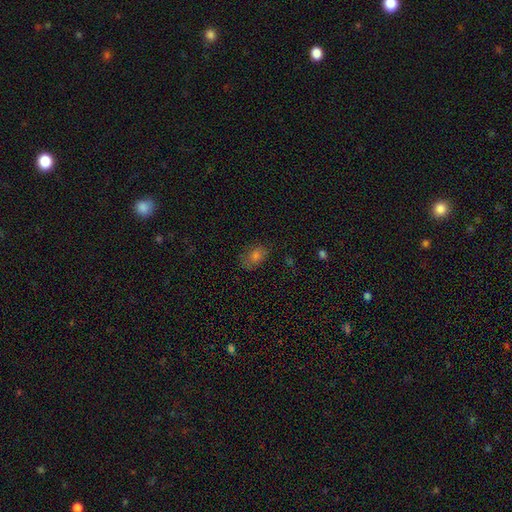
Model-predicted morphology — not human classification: Smooth or featured: smooth — 72% (star or artifact — 16%)
How rounded: in between — 80% (round — 19%)
Merging: none — 70% (minor disturbance — 22%)